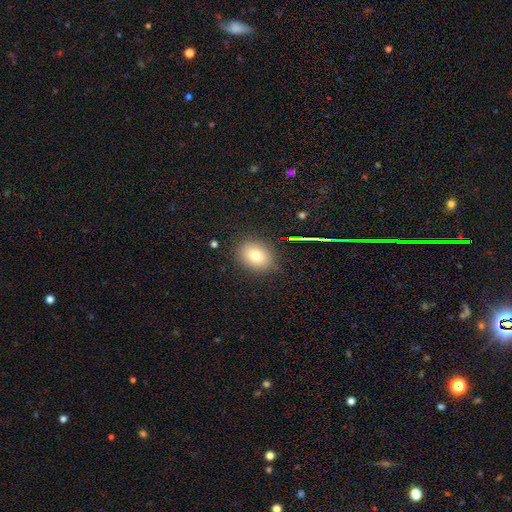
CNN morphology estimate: A smooth galaxy with no disk features (75%) that is in between round and cigar-shaped (55%). Merging: none (85%).